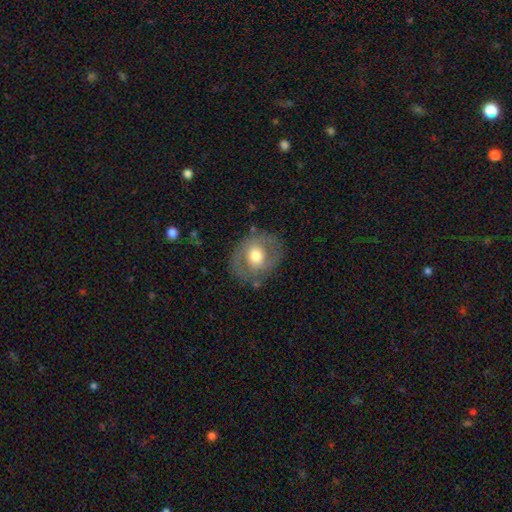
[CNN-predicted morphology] Smooth or featured?
  - featured or disk: 47% * (tied)
  - smooth: 47% * (tied)
  - star or artifact: 7%
Merging?
  - none: 72% *
  - minor disturbance: 17%
  - major disturbance: 9%
  - merger: 2%